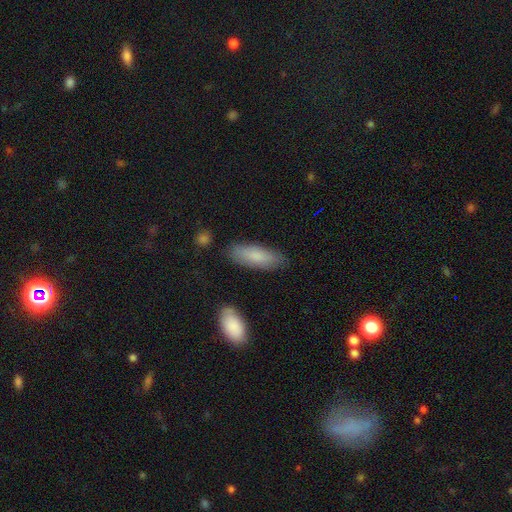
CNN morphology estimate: smooth_or_featured: smooth (p=0.82) [alt: featured or disk p=0.13]
how_rounded: in between (p=0.60) [alt: cigar-shaped p=0.38]
merging: none (p=0.81) [alt: minor disturbance p=0.13]